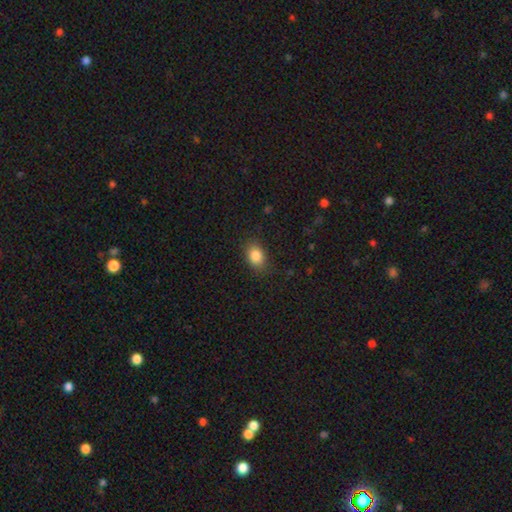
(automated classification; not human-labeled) A smooth galaxy with no disk features (85%) that is in between round and cigar-shaped (72%).

Vote fractions:
- Smooth or featured? smooth: 85% / star or artifact: 9% / featured or disk: 6%
- How rounded? in between: 72% / round: 26% / cigar-shaped: 1%
- Merging? none: 84% / minor disturbance: 12% / major disturbance: 3% / merger: 1%